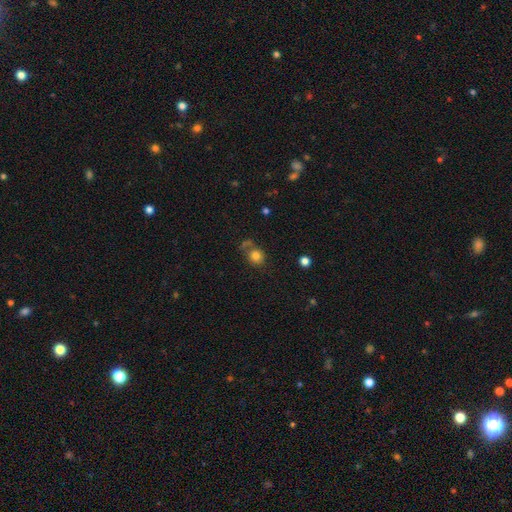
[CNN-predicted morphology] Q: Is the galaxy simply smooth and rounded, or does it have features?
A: smooth — 78%.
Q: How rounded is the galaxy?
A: round — 76%.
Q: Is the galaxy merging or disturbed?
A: none — 52%.